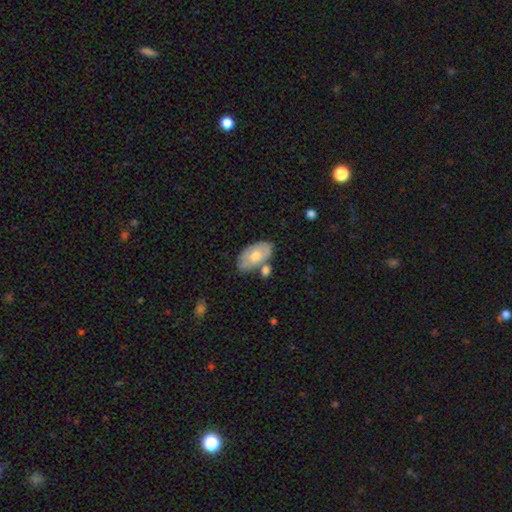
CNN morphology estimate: Q: Smooth or featured?
A: smooth (69%); runner-up: featured or disk (25%)
Q: How rounded?
A: in between (94%); runner-up: round (4%)
Q: Merging?
A: none (57%); runner-up: minor disturbance (19%)